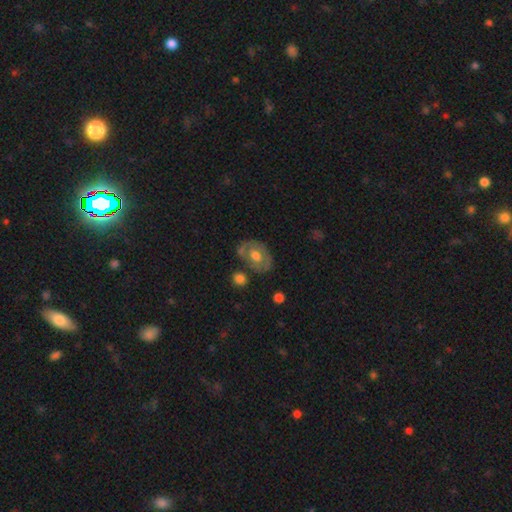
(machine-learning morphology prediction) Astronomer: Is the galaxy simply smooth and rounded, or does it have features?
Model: featured or disk — 50% (runner-up: smooth, 43%).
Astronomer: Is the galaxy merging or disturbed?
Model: none — 64%.